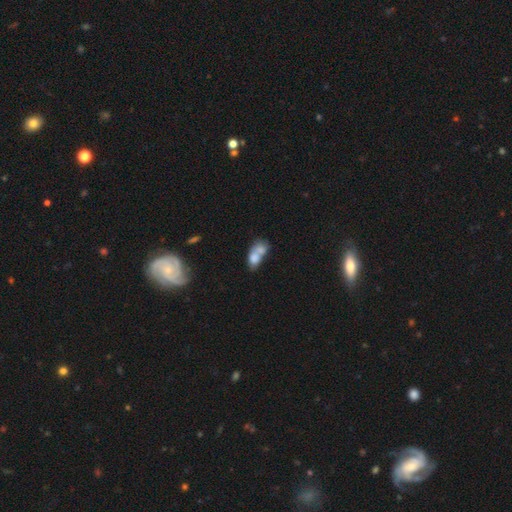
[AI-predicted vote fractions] Smooth or featured? smooth (69%)
How rounded? in between (76%)
Merging? merger (68%)